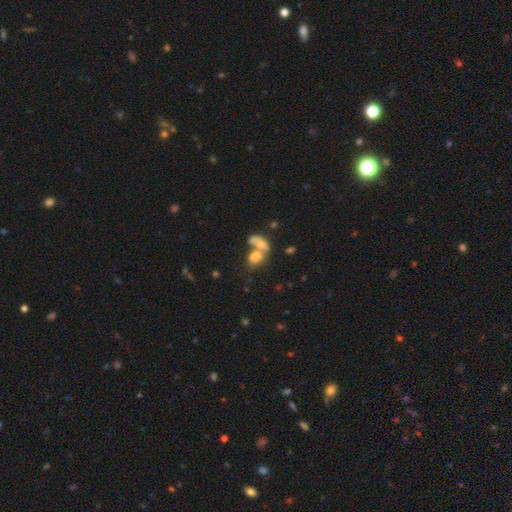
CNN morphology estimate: Q: Smooth or featured?
A: smooth (67%); runner-up: featured or disk (20%)
Q: How rounded?
A: in between (68%); runner-up: round (30%)
Q: Merging?
A: merger (60%); runner-up: none (25%)